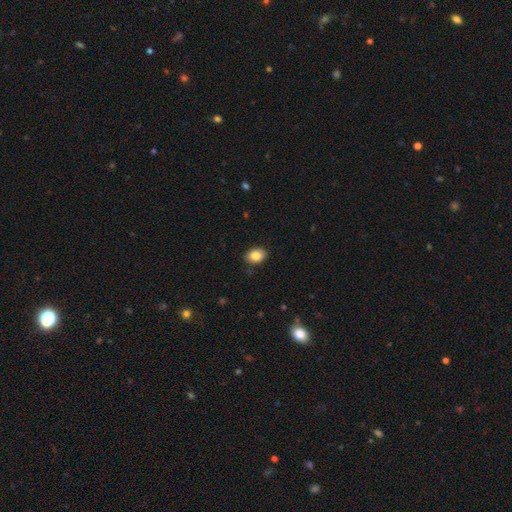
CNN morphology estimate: This is clearly a smooth galaxy (85%). How rounded: likely in between (78%). Merging: clearly none (87%).